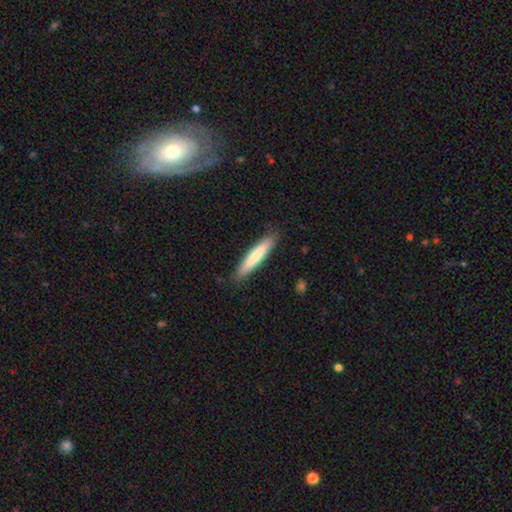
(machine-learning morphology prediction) Smooth or featured?
  - smooth: 70% *
  - featured or disk: 24%
  - star or artifact: 5%
How rounded?
  - cigar-shaped: 92% *
  - in between: 7%
  - round: 1%
Merging?
  - none: 88% *
  - minor disturbance: 9%
  - major disturbance: 2%
  - merger: 1%